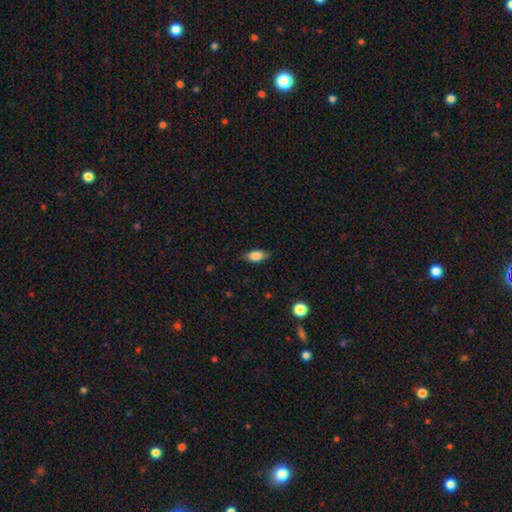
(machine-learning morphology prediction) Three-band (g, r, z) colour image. It shows a smooth galaxy with no disk features (76%) that is in between round and cigar-shaped (83%). Merging: none (82%).